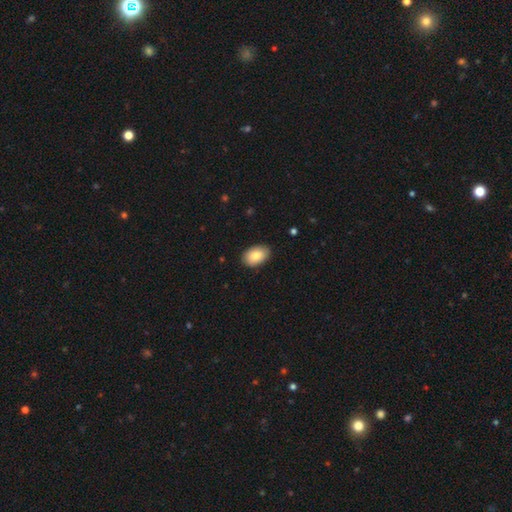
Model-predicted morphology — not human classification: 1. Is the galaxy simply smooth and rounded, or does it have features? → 84% smooth, 10% featured or disk, 7% star or artifact.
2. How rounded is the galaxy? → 90% in between, 9% round, 1% cigar-shaped.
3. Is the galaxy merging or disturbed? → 88% none, 10% minor disturbance, 2% major disturbance, 1% merger.